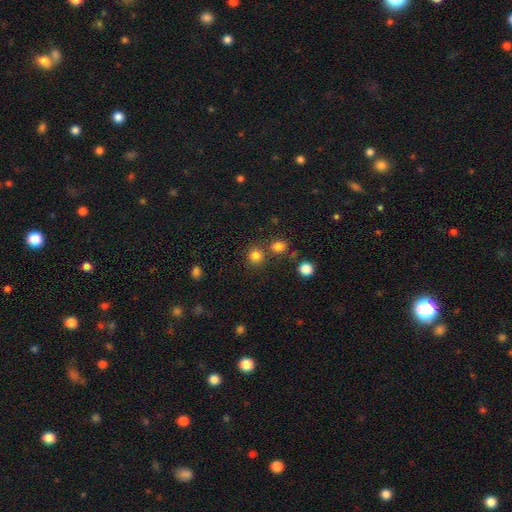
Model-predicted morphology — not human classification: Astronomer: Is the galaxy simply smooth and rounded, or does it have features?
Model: smooth — 81%.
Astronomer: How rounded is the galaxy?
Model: round — 89%.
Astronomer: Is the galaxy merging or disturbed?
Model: none — 74%.